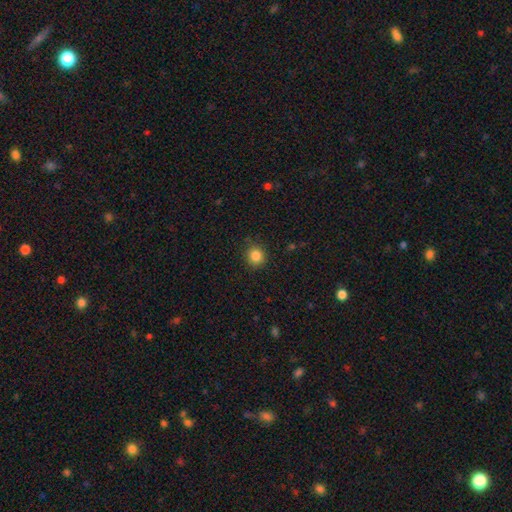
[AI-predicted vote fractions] smooth_or_featured: smooth (p=0.85) [alt: star or artifact p=0.11]
how_rounded: round (p=0.88) [alt: in between p=0.11]
merging: none (p=0.86) [alt: minor disturbance p=0.11]